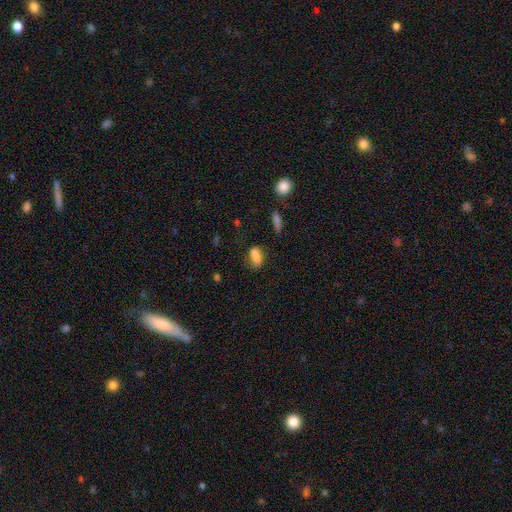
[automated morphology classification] type=smooth (82%); roundness=in between (80%); merging=none (64%).